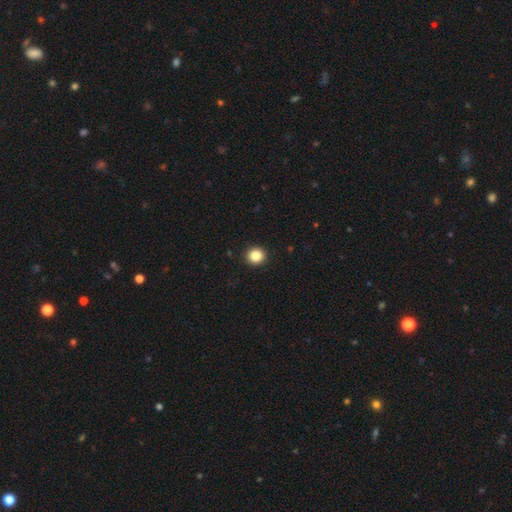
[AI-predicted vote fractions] The model was most divided on "smooth or featured": smooth: 85%, star or artifact: 10%, featured or disk: 4%. More confident: merging — none (93%); how rounded — round (88%).